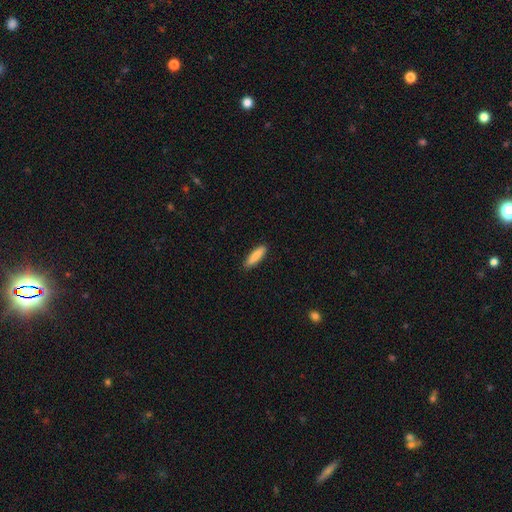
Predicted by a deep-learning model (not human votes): smooth-or-featured: smooth: 85% | featured or disk: 10% | star or artifact: 6%
  how-rounded: cigar-shaped: 65% | in between: 33% | round: 2%
  merging: none: 90% | minor disturbance: 8% | major disturbance: 2% | merger: 1%